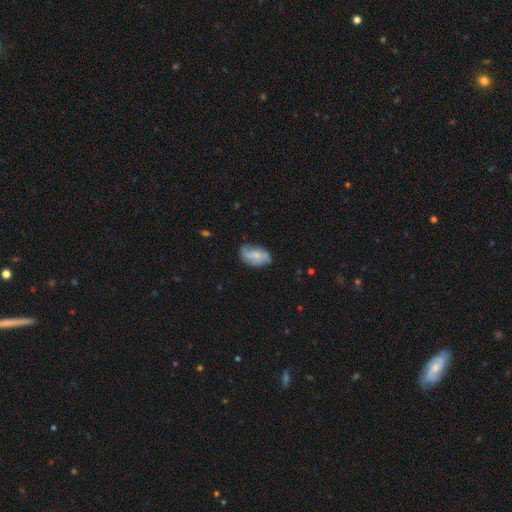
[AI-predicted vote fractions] Smooth or featured? smooth (47%)
Merging? none (57%)